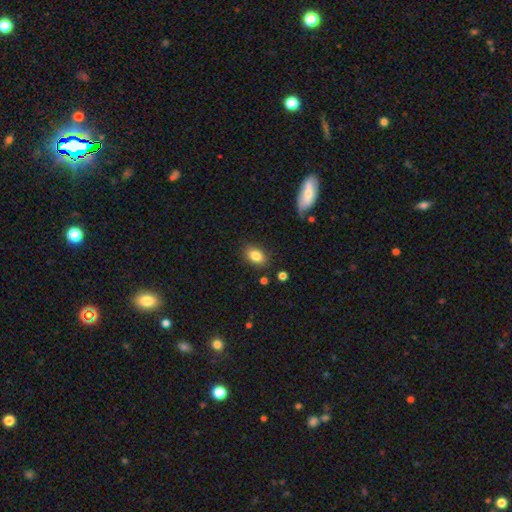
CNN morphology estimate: This appears to be a smooth galaxy with no disk features (84%) that is in between round and cigar-shaped (84%). Merging: none (82%).